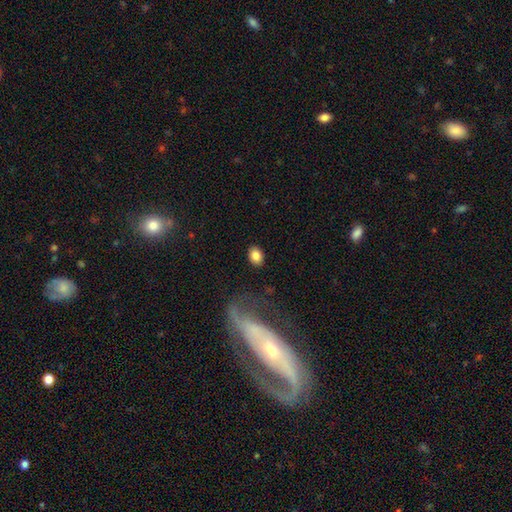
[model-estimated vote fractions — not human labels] Smooth or featured? Predicted: smooth (p=0.83). How rounded? Predicted: in between (p=0.66). Merging? Predicted: none (p=0.87).